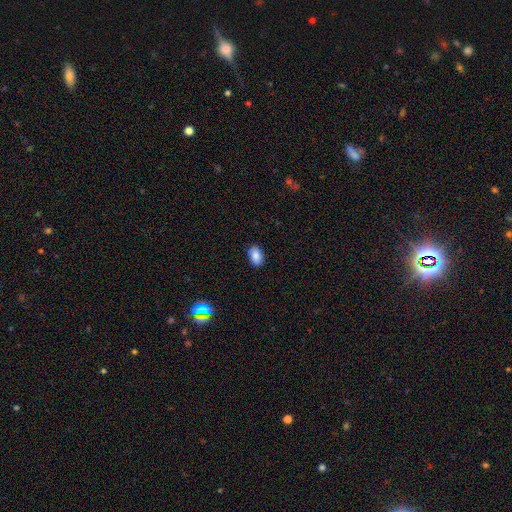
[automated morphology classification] A smooth galaxy with no disk features (84%) that is in between round and cigar-shaped (90%). Merging: none (86%).